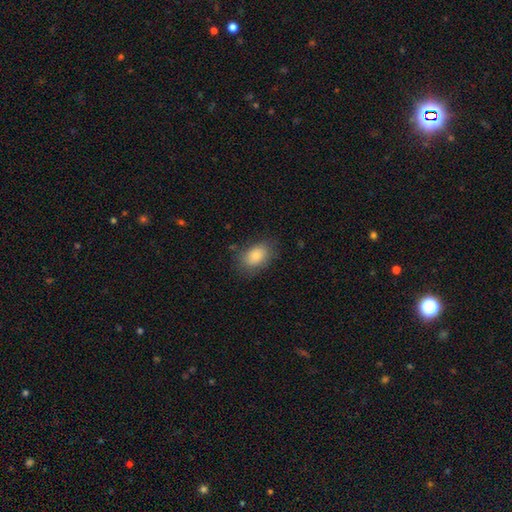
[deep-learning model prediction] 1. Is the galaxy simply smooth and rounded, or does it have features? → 85% smooth, 7% featured or disk, 7% star or artifact.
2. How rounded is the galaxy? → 87% in between, 12% round, 1% cigar-shaped.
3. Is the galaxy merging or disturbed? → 76% none, 17% minor disturbance, 5% major disturbance, 2% merger.